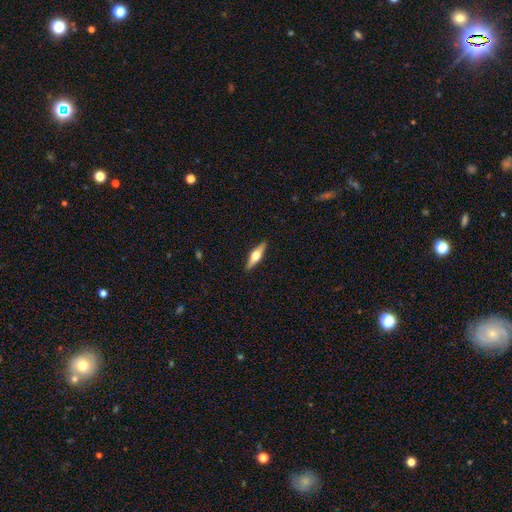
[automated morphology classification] Smooth or featured?
  - featured or disk: 60% *
  - smooth: 34%
  - star or artifact: 6%
Edge-on disk?
  - yes: 96% *
  - no: 4%
Edge-on bulge?
  - rounded: 95% *
  - boxy: 3%
  - none: 2%
Merging?
  - none: 91% *
  - minor disturbance: 7%
  - major disturbance: 1%
  - merger: 1%